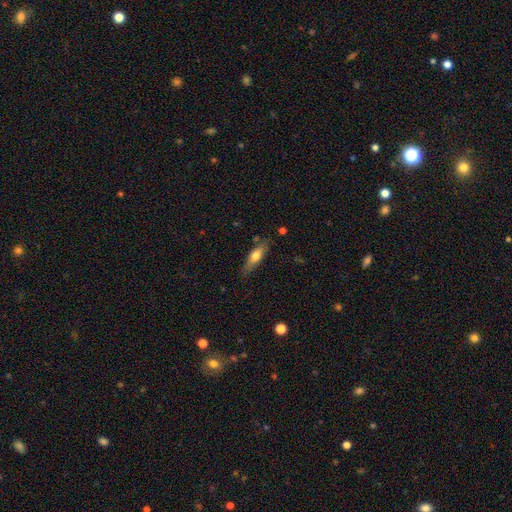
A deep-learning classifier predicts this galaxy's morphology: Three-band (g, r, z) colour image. It shows a smooth galaxy with no disk features (58%) that is cigar-shaped (55%). Merging: none (76%).